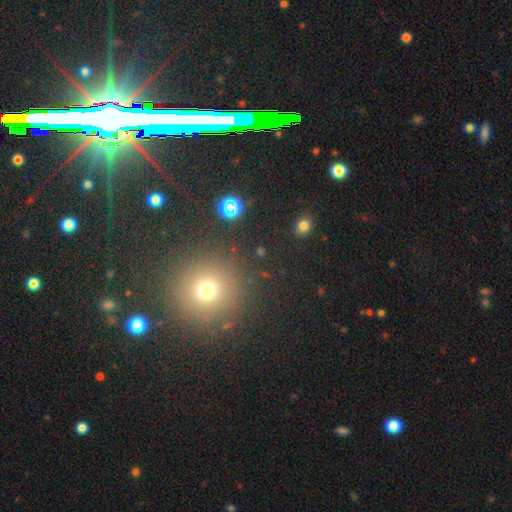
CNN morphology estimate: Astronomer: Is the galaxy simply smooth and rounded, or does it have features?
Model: star or artifact — 43% (runner-up: smooth, 41%).